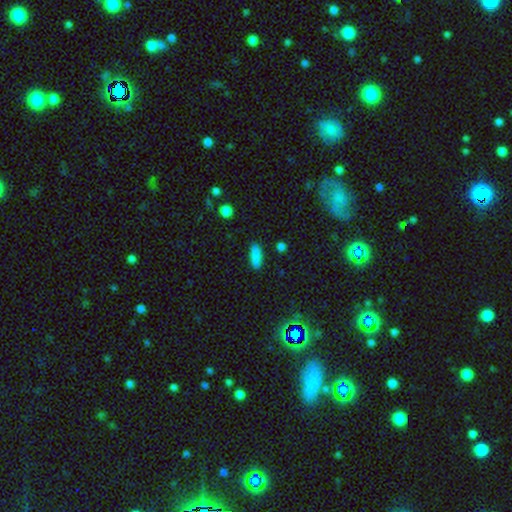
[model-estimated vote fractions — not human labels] This is clearly a smooth galaxy (87%). How rounded: possibly cigar-shaped (52%). Merging: clearly none (88%).